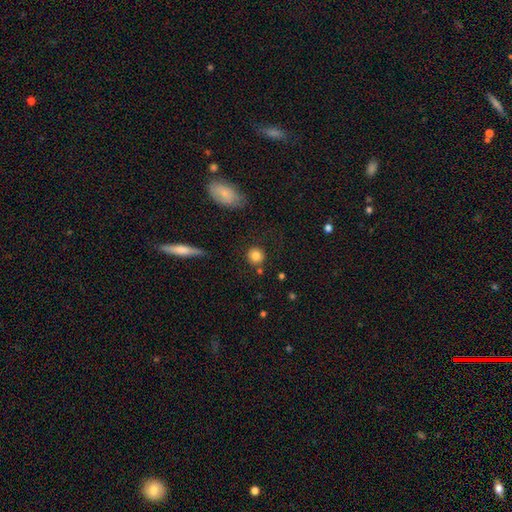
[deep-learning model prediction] A smooth galaxy with no disk features (82%) that is round (90%).

Vote fractions:
- Smooth or featured? smooth: 82% / star or artifact: 10% / featured or disk: 8%
- How rounded? round: 90% / in between: 8% / cigar-shaped: 1%
- Merging? none: 83% / minor disturbance: 9% / merger: 5% / major disturbance: 3%